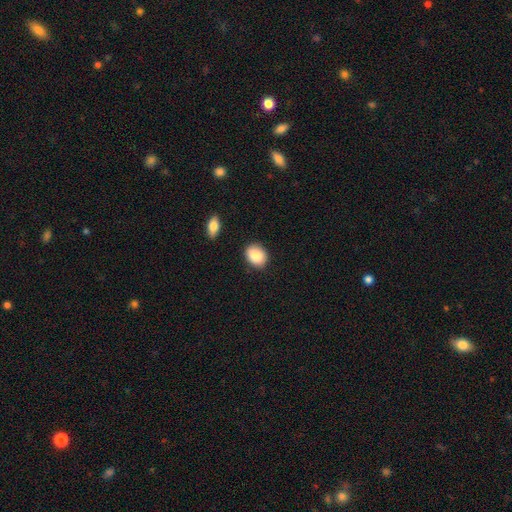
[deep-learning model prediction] Smooth or featured: smooth — 88% (star or artifact — 7%)
How rounded: in between — 55% (round — 44%)
Merging: none — 84% (minor disturbance — 11%)